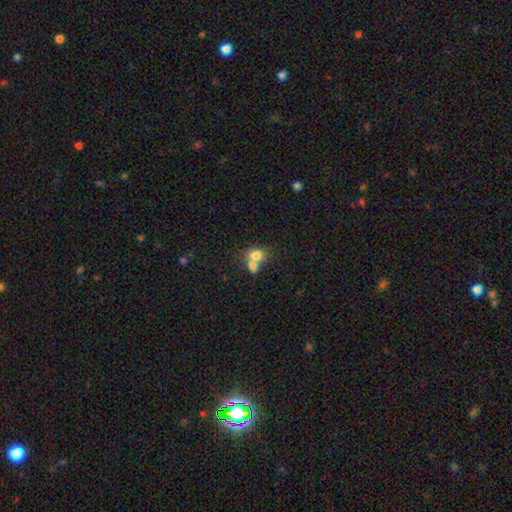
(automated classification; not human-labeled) smooth_or_featured: smooth (p=0.76) [alt: featured or disk p=0.15]
how_rounded: in between (p=0.55) [alt: round p=0.44]
merging: merger (p=0.64) [alt: none p=0.25]